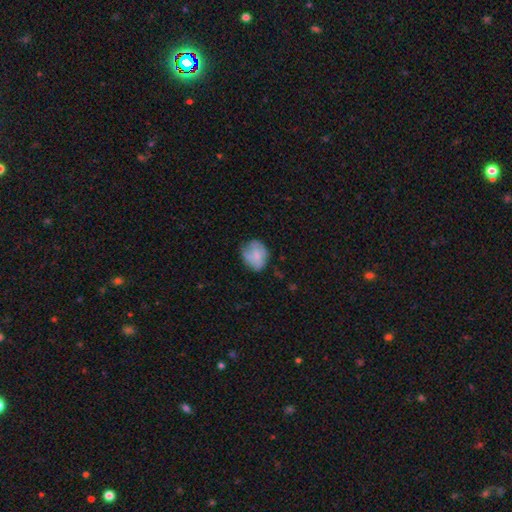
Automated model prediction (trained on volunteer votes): smooth 69%, featured or disk 23%, star or artifact 8%. Down the decision tree: how rounded — round (58%); merging — none (59%).